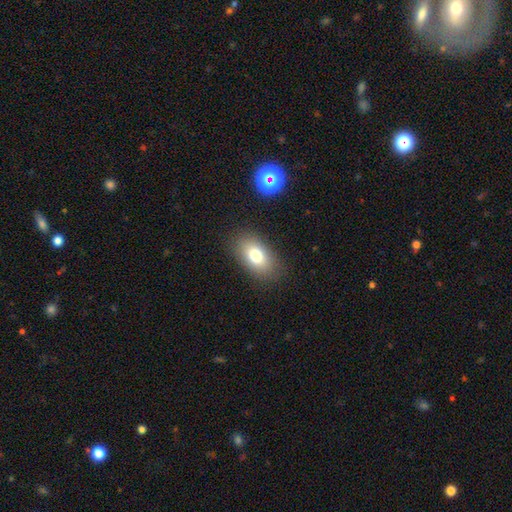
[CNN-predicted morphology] type=smooth (76%); roundness=in between (90%); merging=none (86%).